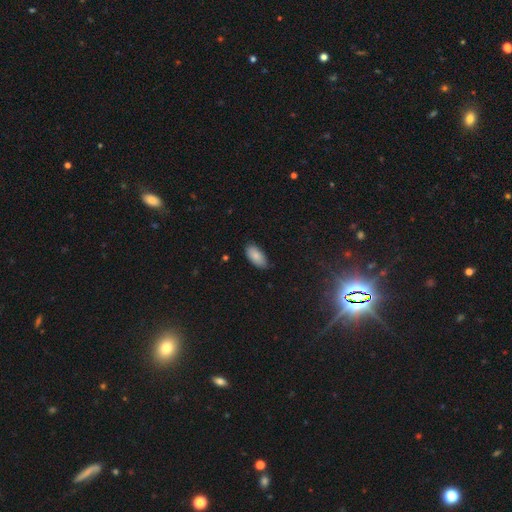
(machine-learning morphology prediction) This is clearly a smooth galaxy (85%). How rounded: clearly in between (93%). Merging: likely none (74%).